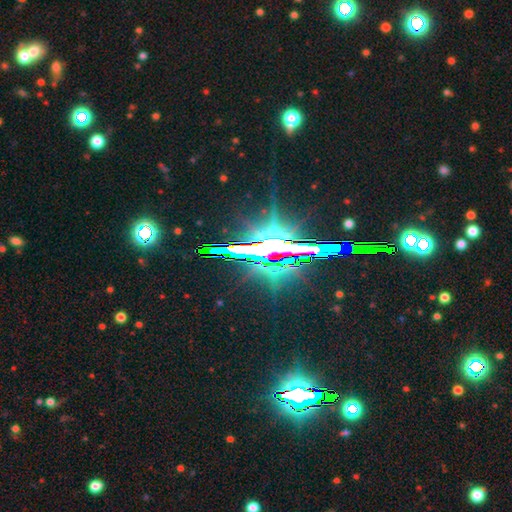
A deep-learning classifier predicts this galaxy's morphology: The model was most divided on "smooth or featured": star or artifact: 75%, featured or disk: 16%, smooth: 9%.